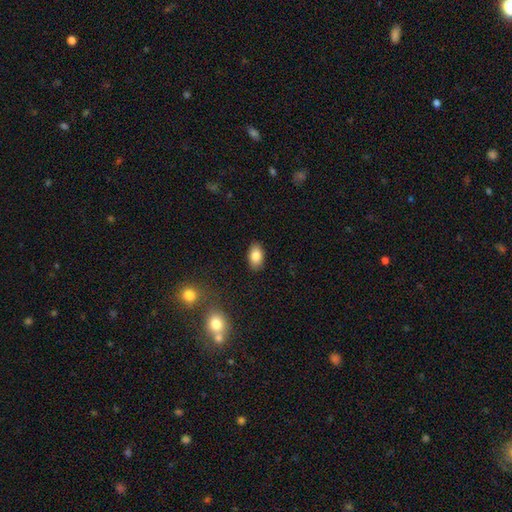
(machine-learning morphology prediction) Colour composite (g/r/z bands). It shows a smooth galaxy with no disk features (84%) that is in between round and cigar-shaped (91%). Merging: none (87%).